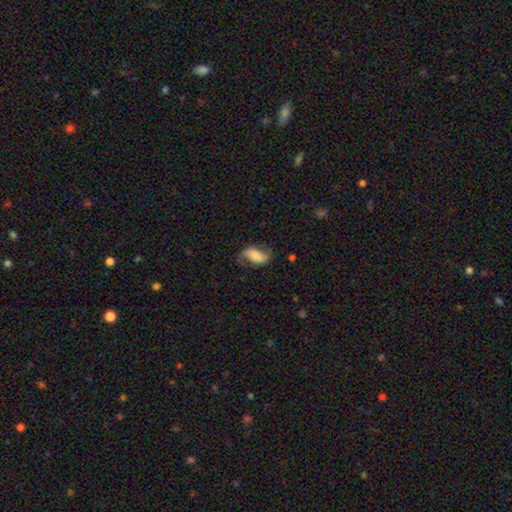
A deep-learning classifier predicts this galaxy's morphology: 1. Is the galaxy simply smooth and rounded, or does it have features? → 46% smooth (tied), 46% featured or disk (tied), 8% star or artifact.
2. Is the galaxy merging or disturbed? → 55% none, 26% minor disturbance, 18% major disturbance, 2% merger.